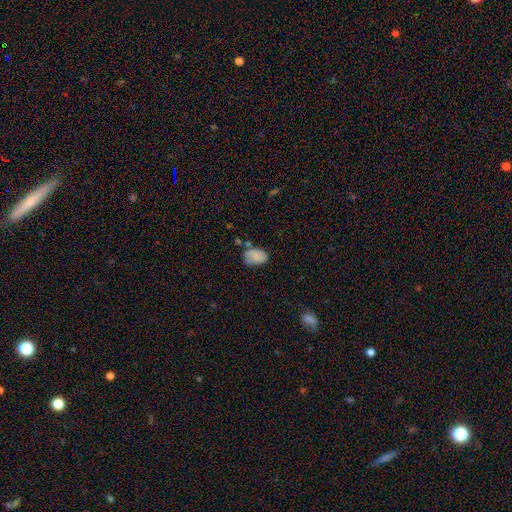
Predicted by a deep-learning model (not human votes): This is clearly a smooth galaxy (82%). How rounded: clearly in between (84%). Merging: possibly none (53%).